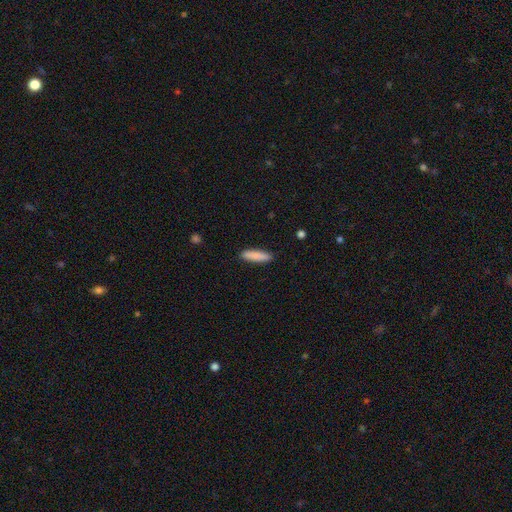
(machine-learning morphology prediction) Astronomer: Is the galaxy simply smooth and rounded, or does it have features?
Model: smooth — 87%.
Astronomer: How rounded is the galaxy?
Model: cigar-shaped — 77%.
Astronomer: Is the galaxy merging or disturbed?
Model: none — 89%.